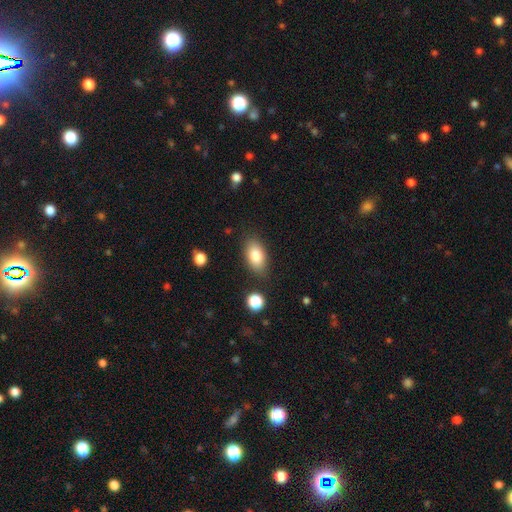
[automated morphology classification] This appears to be a smooth galaxy with no disk features (82%) that is in between round and cigar-shaped (90%). Merging: none (81%).